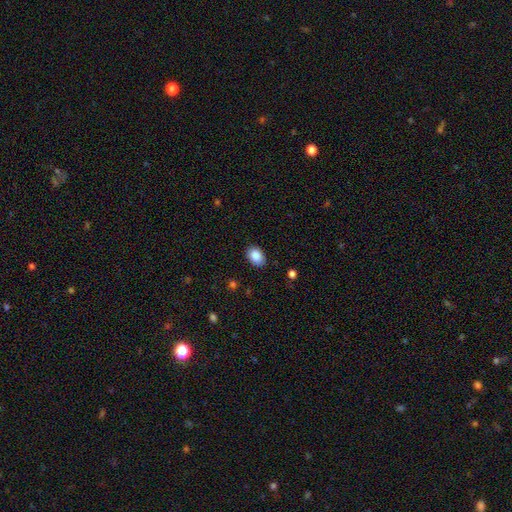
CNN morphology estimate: smooth-or-featured: smooth: 88% | star or artifact: 7% | featured or disk: 5%
  how-rounded: in between: 78% | round: 21% | cigar-shaped: 1%
  merging: none: 87% | minor disturbance: 10% | major disturbance: 2% | merger: 1%